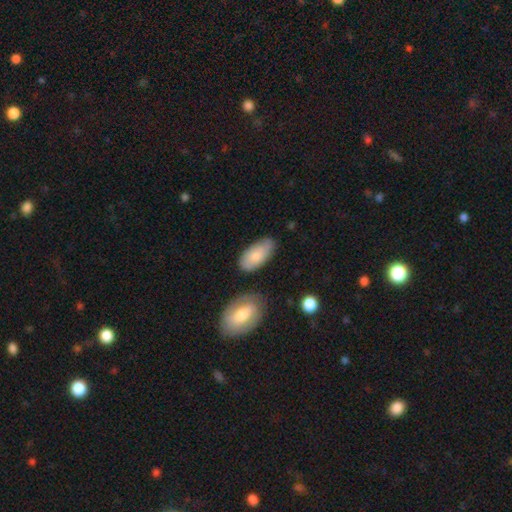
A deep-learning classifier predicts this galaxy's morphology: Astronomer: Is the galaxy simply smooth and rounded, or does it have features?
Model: smooth — 79%.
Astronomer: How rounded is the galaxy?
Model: in between — 93%.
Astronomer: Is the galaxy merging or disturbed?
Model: none — 66%.